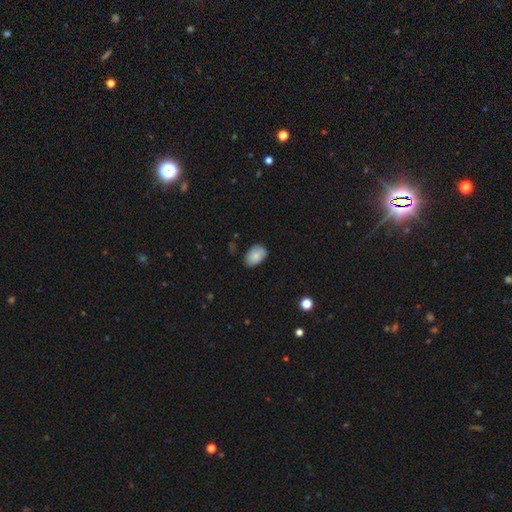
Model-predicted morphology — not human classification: Smooth or featured? smooth (84%)
How rounded? in between (87%)
Merging? none (75%)